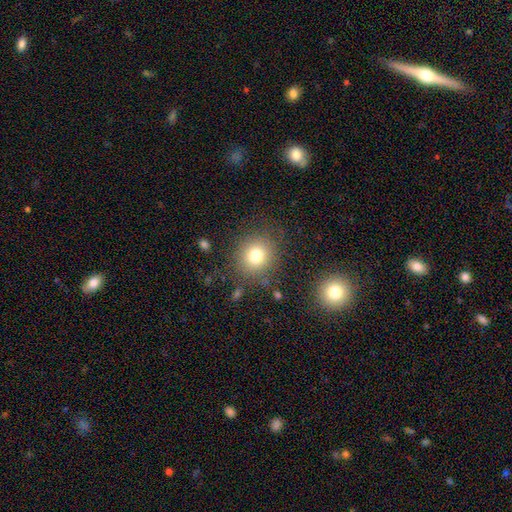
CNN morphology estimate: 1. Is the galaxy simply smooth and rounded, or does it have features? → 77% smooth, 13% star or artifact, 10% featured or disk.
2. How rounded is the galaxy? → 87% round, 12% in between, 1% cigar-shaped.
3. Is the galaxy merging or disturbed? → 82% none, 10% minor disturbance, 5% major disturbance, 3% merger.